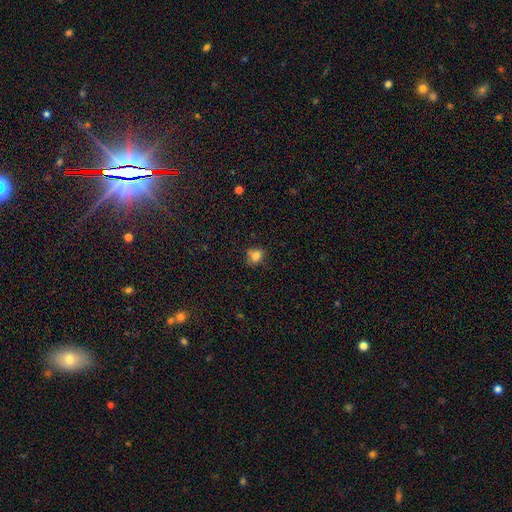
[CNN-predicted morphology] smooth 77%, star or artifact 14%, featured or disk 9%. Down the decision tree: how rounded — round (59%); merging — none (59%).